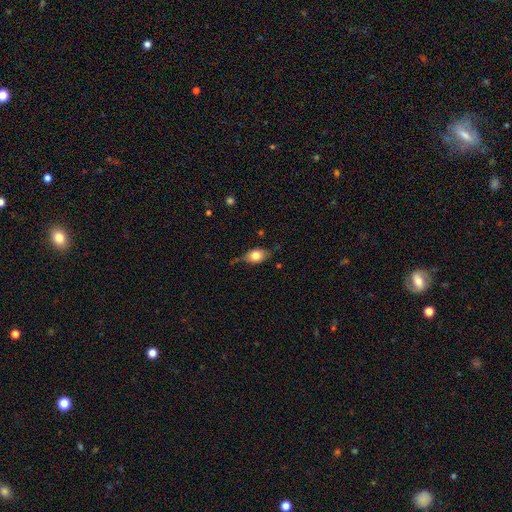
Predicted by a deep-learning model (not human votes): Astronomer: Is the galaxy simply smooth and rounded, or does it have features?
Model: smooth — 72%.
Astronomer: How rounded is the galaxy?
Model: in between — 78%.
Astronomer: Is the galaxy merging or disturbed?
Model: none — 62%.